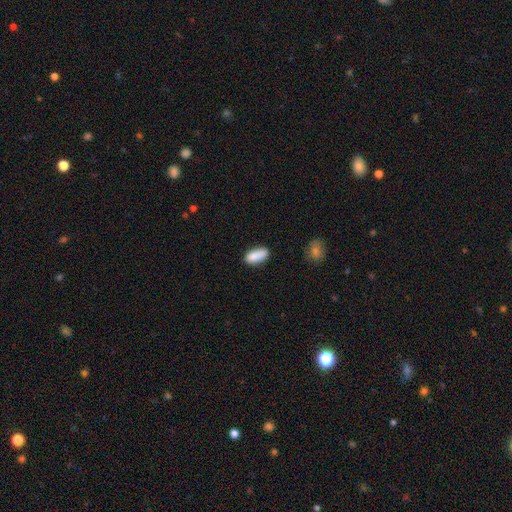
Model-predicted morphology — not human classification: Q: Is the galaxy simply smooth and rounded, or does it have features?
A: smooth — 87%.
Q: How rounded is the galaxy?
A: in between — 80%.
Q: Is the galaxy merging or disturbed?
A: none — 75%.